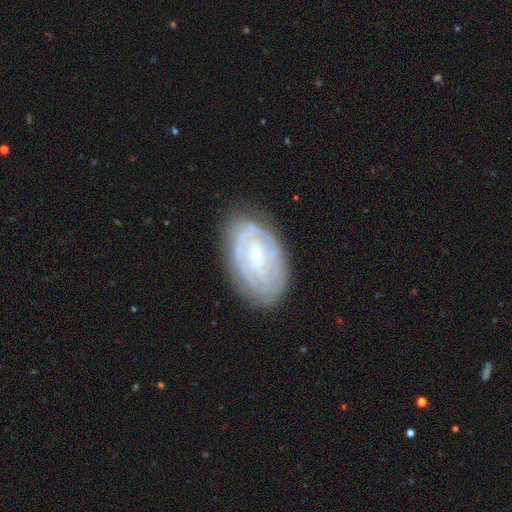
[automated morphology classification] Smooth or featured: featured or disk — 74% (smooth — 20%)
Edge-on disk: no — 94% (yes — 6%)
Bar: no — 47% (weak — 41%)
Spiral arms: yes — 75% (no — 25%)
Spiral winding: tight — 70% (medium — 23%)
Spiral arm count: can't tell — 57% (2 — 19%)
Bulge size: small — 63% (moderate — 33%)
Merging: none — 75% (minor disturbance — 18%)